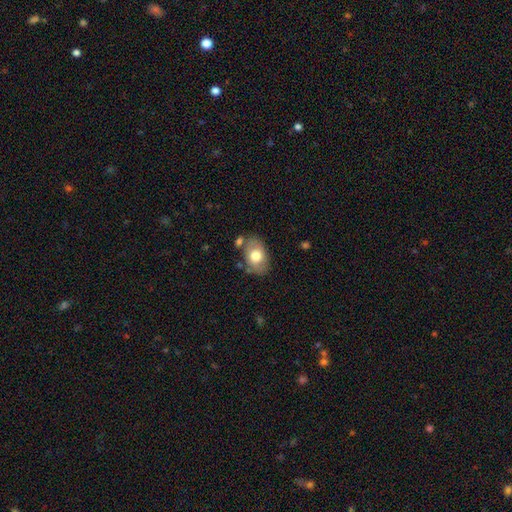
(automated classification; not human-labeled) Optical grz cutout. It shows a smooth galaxy with no disk features (68%) that is in between round and cigar-shaped (84%). Merging: none (69%).